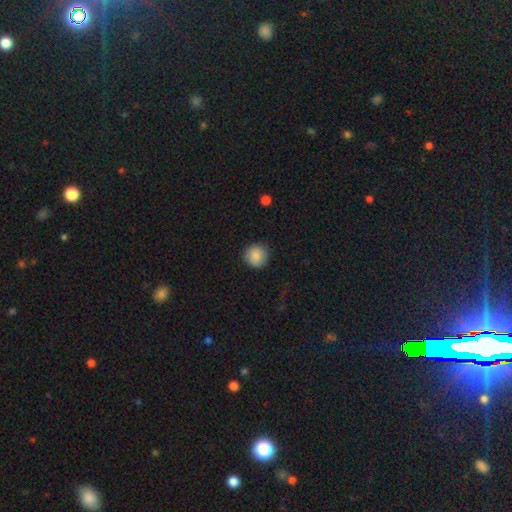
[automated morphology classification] Smooth or featured: smooth — 88% (star or artifact — 8%)
How rounded: round — 93% (in between — 6%)
Merging: none — 88% (minor disturbance — 9%)